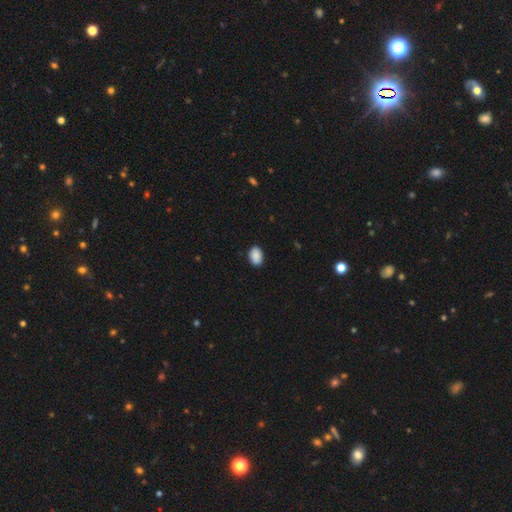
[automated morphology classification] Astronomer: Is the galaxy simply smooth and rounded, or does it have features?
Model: smooth — 90%.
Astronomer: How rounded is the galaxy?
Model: in between — 86%.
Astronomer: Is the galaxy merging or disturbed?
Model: none — 88%.